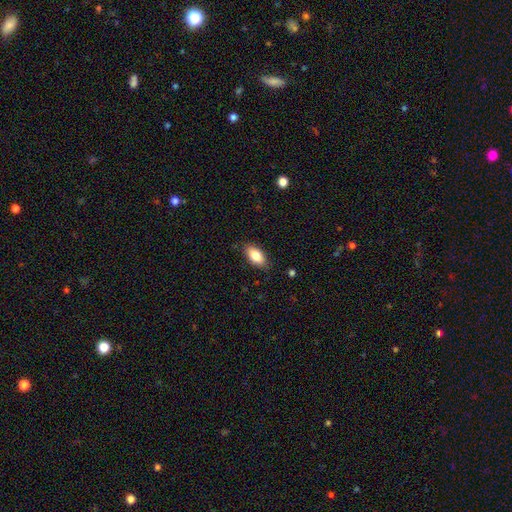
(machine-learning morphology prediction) Smooth or featured?
  - smooth: 84% *
  - featured or disk: 9%
  - star or artifact: 7%
How rounded?
  - in between: 91% *
  - cigar-shaped: 6%
  - round: 3%
Merging?
  - none: 85% *
  - minor disturbance: 12%
  - major disturbance: 3%
  - merger: 1%